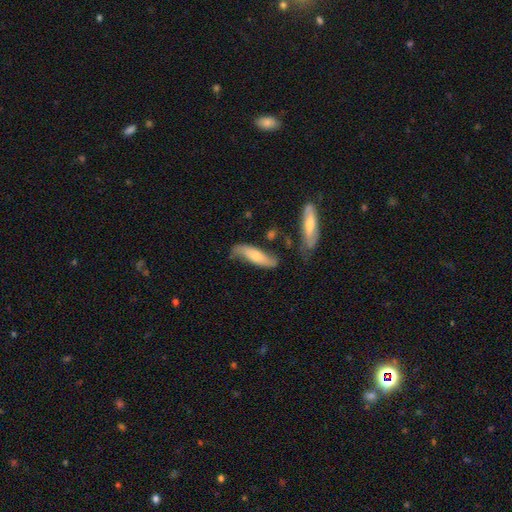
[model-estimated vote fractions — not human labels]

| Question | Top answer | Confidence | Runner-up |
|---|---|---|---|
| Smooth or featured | smooth | 51% | featured or disk (43%) |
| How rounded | cigar-shaped | 55% | in between (43%) |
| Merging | none | 54% | minor disturbance (28%) |